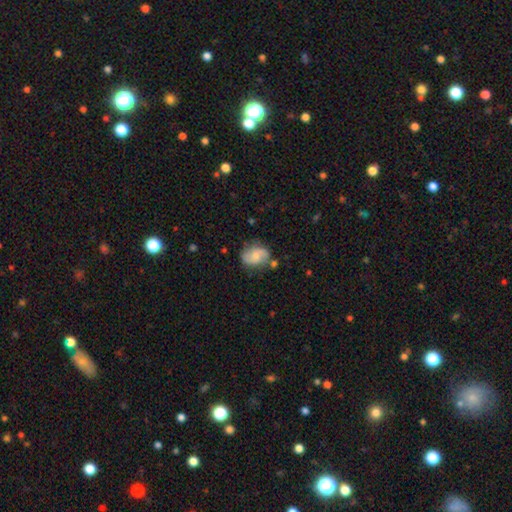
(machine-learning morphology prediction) Smooth or featured? Predicted: featured or disk (p=0.53). Edge-on disk? Predicted: no (p=0.97). Bar? Predicted: no (p=0.55). Spiral arms? Predicted: yes (p=0.89). Bulge size? Predicted: small (p=0.46). Merging? Predicted: none (p=0.68).